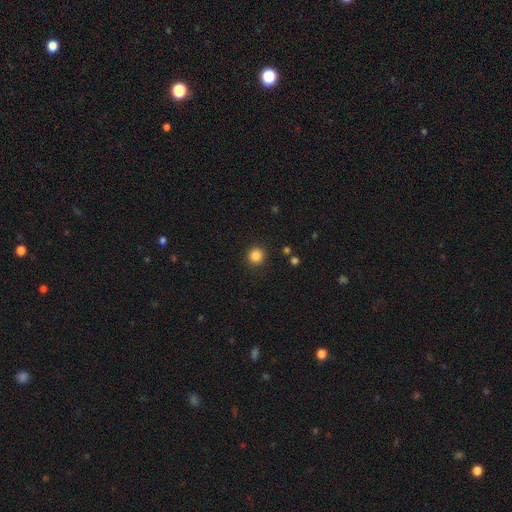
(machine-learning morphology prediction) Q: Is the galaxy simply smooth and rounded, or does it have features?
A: smooth — 85%.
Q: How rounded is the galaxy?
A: round — 93%.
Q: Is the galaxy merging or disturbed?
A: none — 91%.